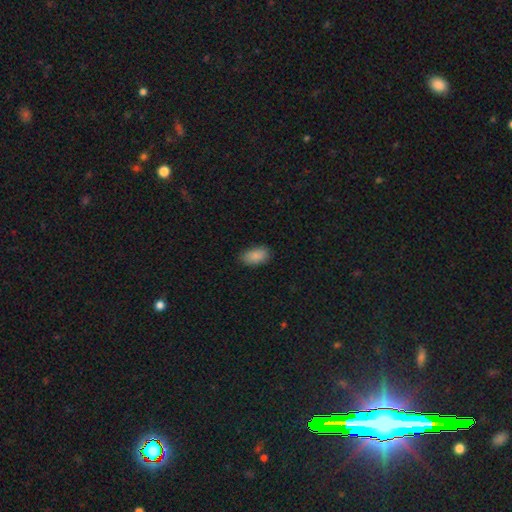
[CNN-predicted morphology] This is clearly a smooth galaxy (88%). How rounded: clearly in between (93%). Merging: clearly none (82%).